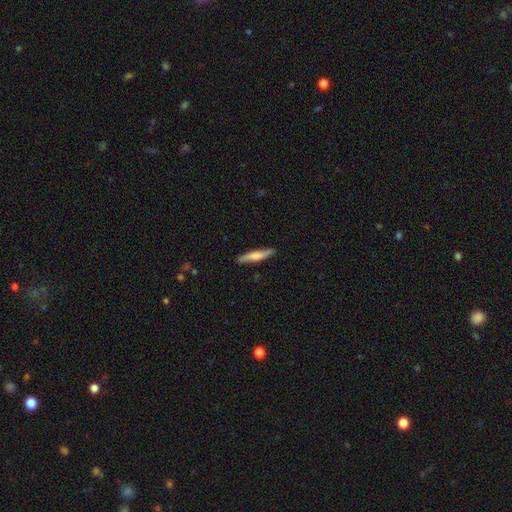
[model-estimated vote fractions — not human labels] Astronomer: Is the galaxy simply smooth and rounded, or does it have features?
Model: smooth — 62%.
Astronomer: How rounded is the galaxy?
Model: cigar-shaped — 89%.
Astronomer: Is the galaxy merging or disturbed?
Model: none — 88%.